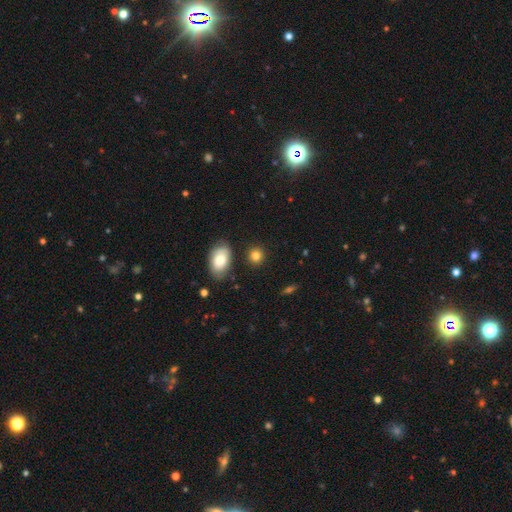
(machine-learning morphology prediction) smooth_or_featured: smooth (p=0.83) [alt: star or artifact p=0.10]
how_rounded: round (p=0.77) [alt: in between p=0.22]
merging: none (p=0.85) [alt: minor disturbance p=0.09]